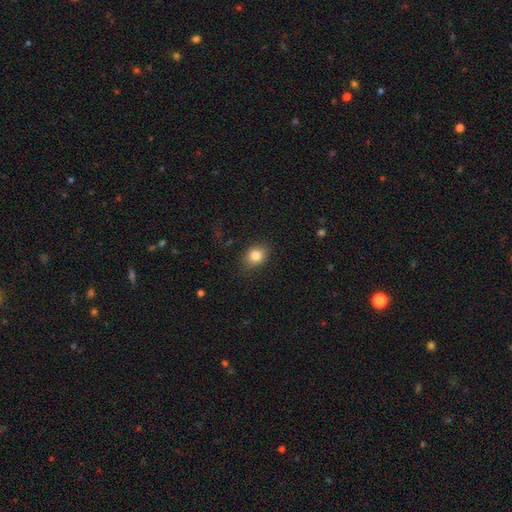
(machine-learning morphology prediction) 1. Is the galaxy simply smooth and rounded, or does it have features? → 83% smooth, 10% star or artifact, 7% featured or disk.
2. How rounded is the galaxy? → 51% round, 48% in between, 1% cigar-shaped.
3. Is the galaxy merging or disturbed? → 81% none, 14% minor disturbance, 4% major disturbance, 1% merger.